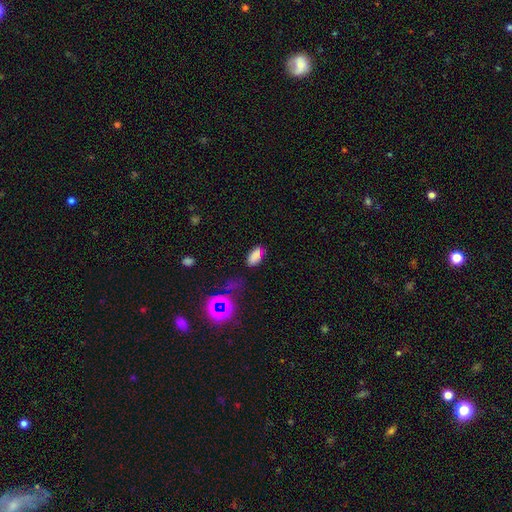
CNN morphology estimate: smooth-or-featured: smooth: 75% | star or artifact: 17% | featured or disk: 7%
  how-rounded: in between: 90% | cigar-shaped: 5% | round: 5%
  merging: none: 66% | minor disturbance: 21% | major disturbance: 7% | merger: 6%